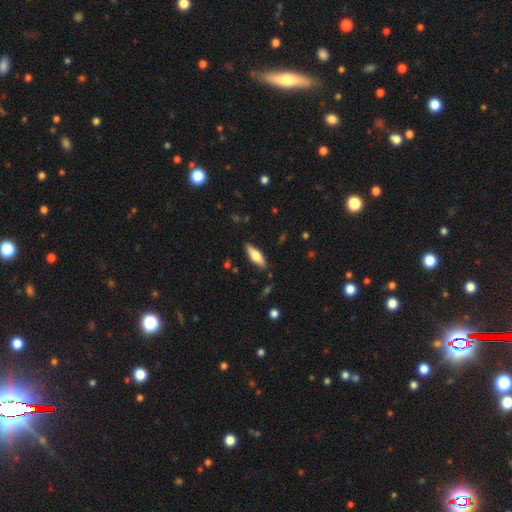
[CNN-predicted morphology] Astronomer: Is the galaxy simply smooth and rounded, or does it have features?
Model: smooth — 53% (runner-up: featured or disk, 42%).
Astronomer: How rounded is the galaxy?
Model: in between — 51% (runner-up: cigar-shaped, 47%).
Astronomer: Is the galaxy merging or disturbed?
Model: none — 86%.